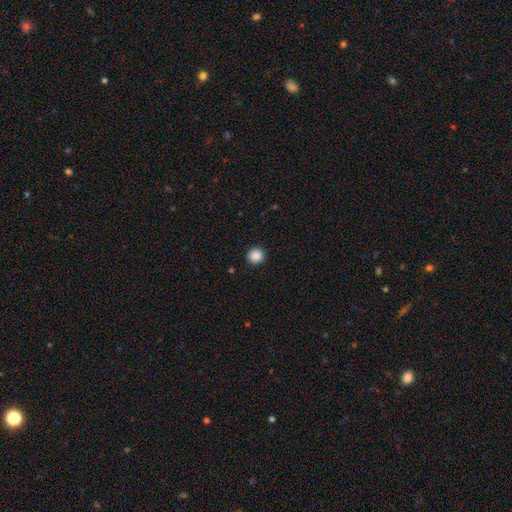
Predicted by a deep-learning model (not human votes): Smooth or featured?
  - smooth: 89% *
  - star or artifact: 9%
  - featured or disk: 2%
How rounded?
  - round: 93% *
  - in between: 6%
  - cigar-shaped: 1%
Merging?
  - none: 92% *
  - minor disturbance: 5%
  - major disturbance: 2%
  - merger: 1%